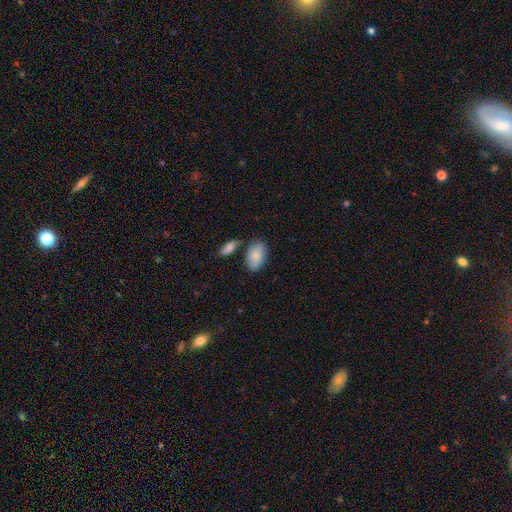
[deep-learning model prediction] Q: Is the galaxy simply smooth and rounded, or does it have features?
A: smooth — 85%.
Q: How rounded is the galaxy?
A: in between — 93%.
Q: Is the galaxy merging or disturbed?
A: none — 66%.